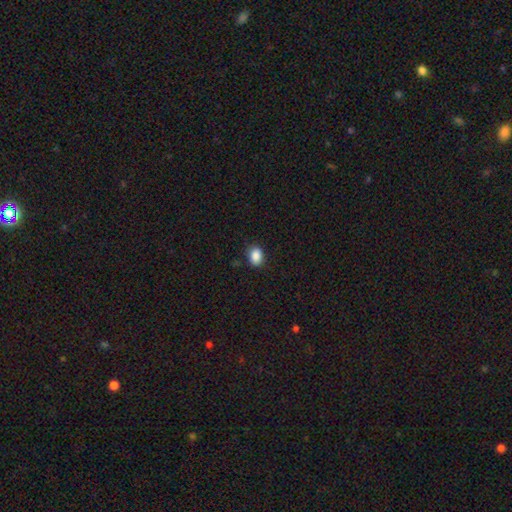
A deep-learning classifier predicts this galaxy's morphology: Overall: smooth (88%). How rounded: in between (72%). Merging: none (85%).